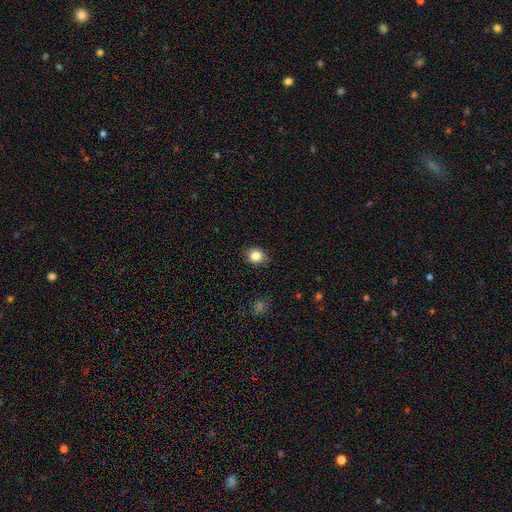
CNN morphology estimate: This is clearly a smooth galaxy (85%). How rounded: likely round (69%). Merging: clearly none (88%).